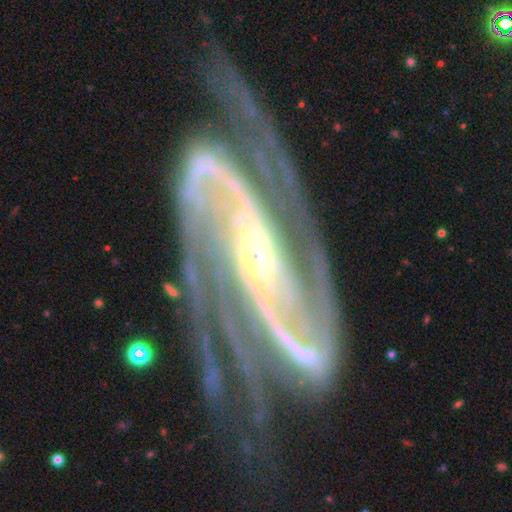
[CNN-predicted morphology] type=featured or disk (93%); edge-on=no (96%); bar=strong (52%); spiral arms=yes (99%); winding=medium (53%); arm count=2 (81%); bulge=small (76%); merging=none (66%).